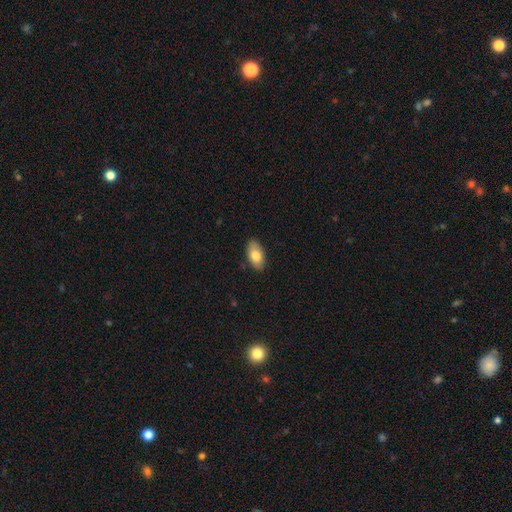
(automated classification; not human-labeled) Morphology: type=smooth (78%); roundness=in between (93%); merging=none (86%).